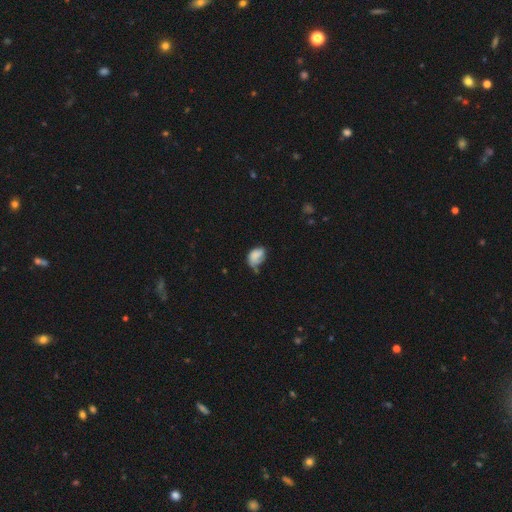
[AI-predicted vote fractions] A smooth galaxy with no disk features (73%) that is in between round and cigar-shaped (82%).

Vote fractions:
- Smooth or featured? smooth: 73% / featured or disk: 17% / star or artifact: 10%
- How rounded? in between: 82% / round: 17% / cigar-shaped: 1%
- Merging? minor disturbance: 39% / none: 36% / major disturbance: 17% / merger: 8%